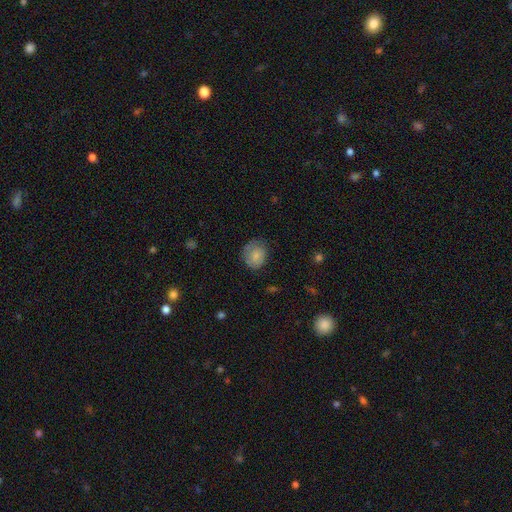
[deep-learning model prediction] Smooth or featured? Predicted: smooth (p=0.74). How rounded? Predicted: round (p=0.63). Merging? Predicted: none (p=0.62).